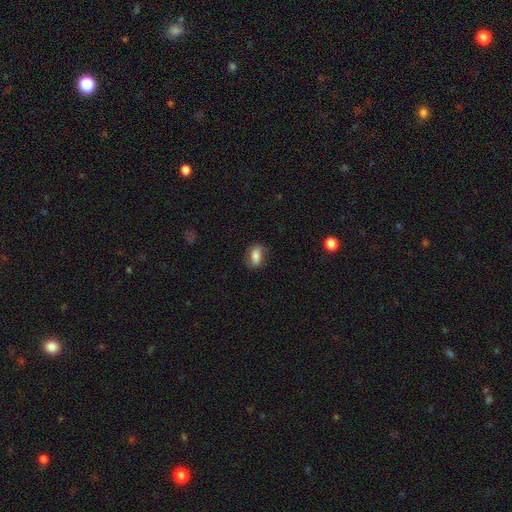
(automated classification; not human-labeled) Overall: smooth (74%). How rounded: in between (83%). Merging: none (71%).